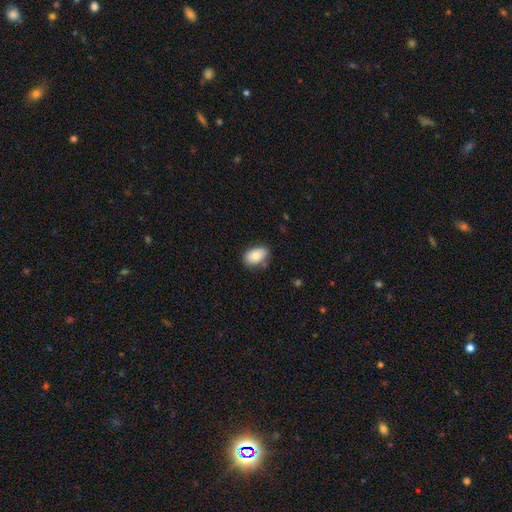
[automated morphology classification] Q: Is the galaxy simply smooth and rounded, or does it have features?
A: smooth — 81%.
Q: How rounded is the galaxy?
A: in between — 88%.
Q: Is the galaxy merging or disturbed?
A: none — 76%.